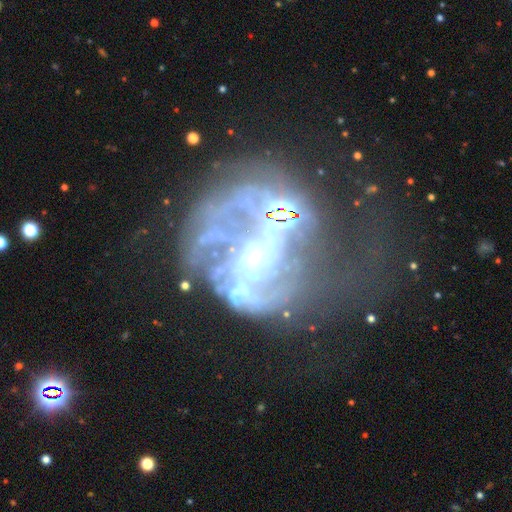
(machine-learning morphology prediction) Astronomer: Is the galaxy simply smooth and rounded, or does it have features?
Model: featured or disk — 78%.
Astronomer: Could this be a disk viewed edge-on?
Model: no — 98%.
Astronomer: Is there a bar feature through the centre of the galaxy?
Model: no — 73%.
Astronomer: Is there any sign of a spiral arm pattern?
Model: yes — 67%.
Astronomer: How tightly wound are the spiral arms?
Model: medium — 38% (runner-up: tight, 32%).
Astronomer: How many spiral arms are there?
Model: can't tell — 36% (runner-up: 2, 27%).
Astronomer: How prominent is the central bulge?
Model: small — 50%.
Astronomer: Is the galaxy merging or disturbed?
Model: major disturbance — 38% (runner-up: none, 32%).